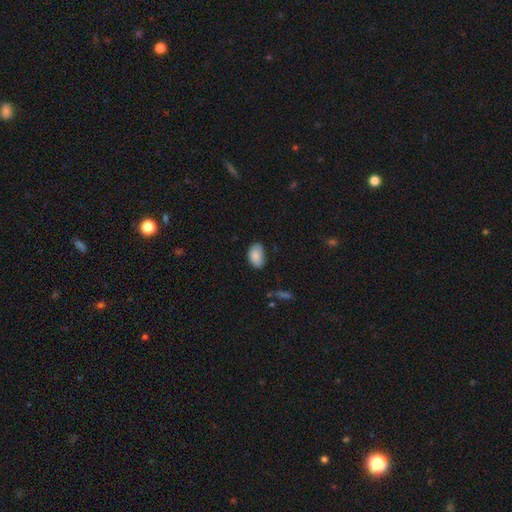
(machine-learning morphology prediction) The model was most divided on "merging": none: 70%, minor disturbance: 24%, major disturbance: 4%, merger: 2%. More confident: how rounded — in between (89%); smooth or featured — smooth (87%).